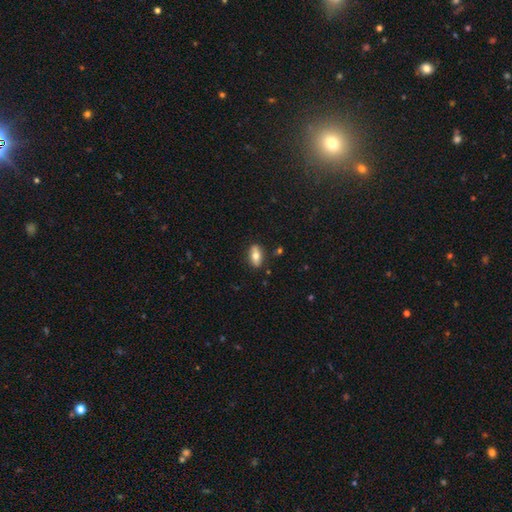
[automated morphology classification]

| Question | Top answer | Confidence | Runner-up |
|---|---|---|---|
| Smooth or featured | smooth | 71% | featured or disk (23%) |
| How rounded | in between | 83% | cigar-shaped (12%) |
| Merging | none | 85% | minor disturbance (11%) |